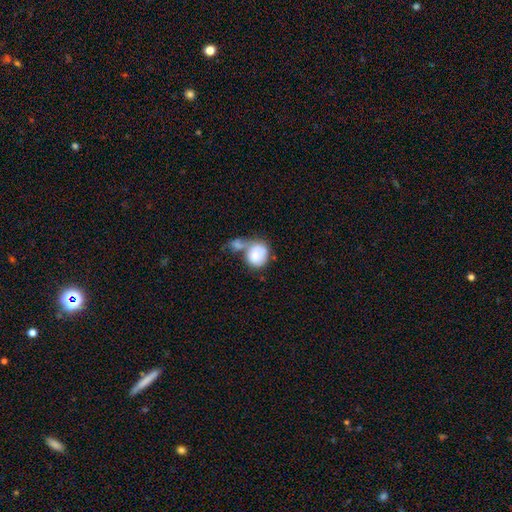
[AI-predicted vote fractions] A smooth galaxy with no disk features (76%) that is round (63%). Merging: merger (54%).